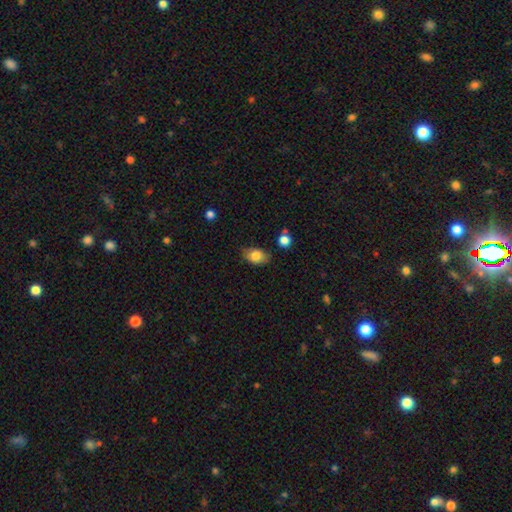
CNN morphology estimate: Smooth or featured?
  - smooth: 81% *
  - featured or disk: 11%
  - star or artifact: 8%
How rounded?
  - in between: 84% *
  - round: 15%
  - cigar-shaped: 2%
Merging?
  - none: 76% *
  - minor disturbance: 18%
  - major disturbance: 4%
  - merger: 3%